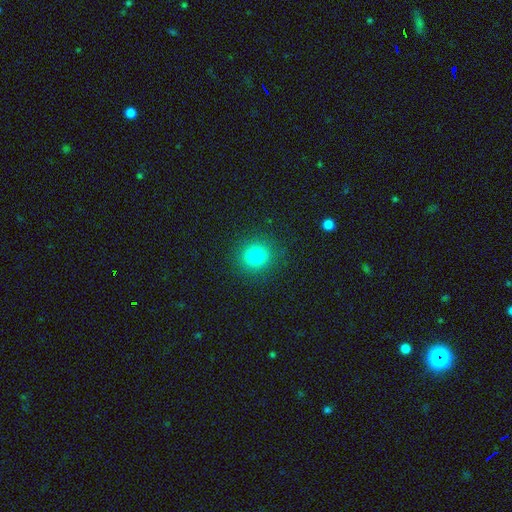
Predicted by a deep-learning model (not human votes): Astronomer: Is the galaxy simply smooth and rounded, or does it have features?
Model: smooth — 83%.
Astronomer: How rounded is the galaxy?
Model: round — 77%.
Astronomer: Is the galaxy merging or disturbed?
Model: none — 89%.